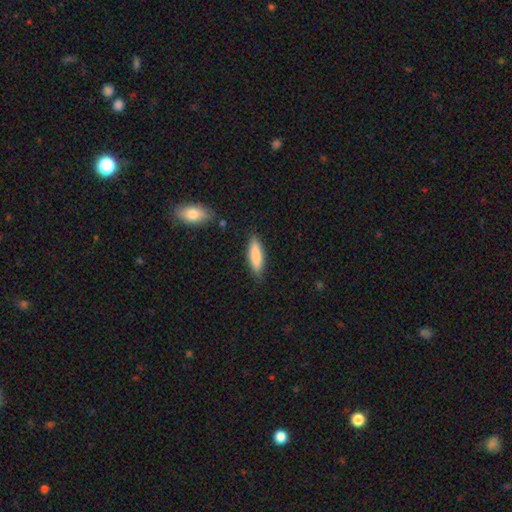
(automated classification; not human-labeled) Smooth or featured? smooth (83%)
How rounded? cigar-shaped (62%)
Merging? none (85%)